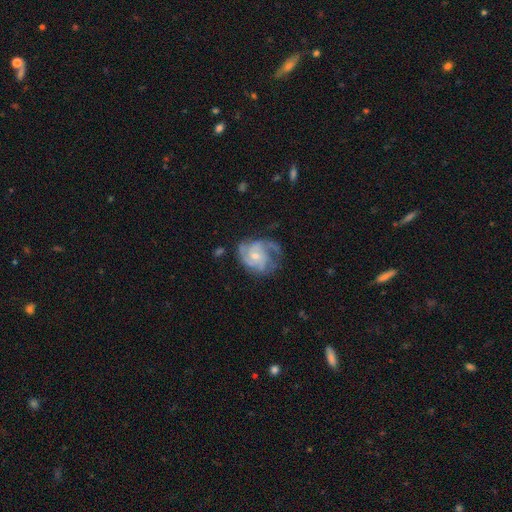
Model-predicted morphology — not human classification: Smooth or featured: featured or disk — 80% (smooth — 14%)
Edge-on disk: no — 98% (yes — 2%)
Bar: no — 69% (weak — 27%)
Spiral arms: yes — 92% (no — 8%)
Spiral winding: tight — 46% (medium — 41%)
Spiral arm count: 3 — 32% (can't tell — 25%)
Bulge size: small — 52% (moderate — 42%)
Merging: none — 51% (minor disturbance — 25%)